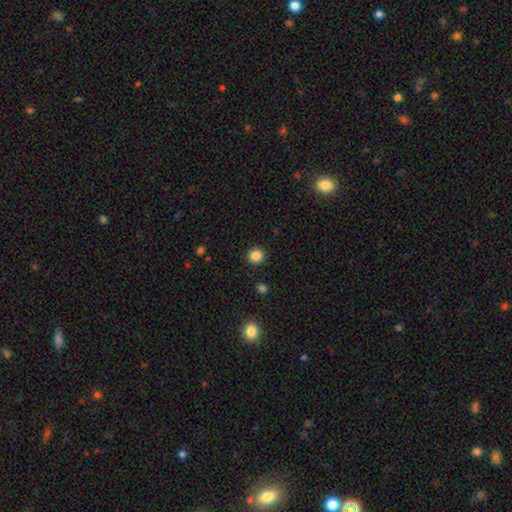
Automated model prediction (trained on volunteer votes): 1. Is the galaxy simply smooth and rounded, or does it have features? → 85% smooth, 11% star or artifact, 3% featured or disk.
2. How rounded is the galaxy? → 92% round, 7% in between, 1% cigar-shaped.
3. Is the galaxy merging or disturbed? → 92% none, 5% minor disturbance, 2% major disturbance, 1% merger.